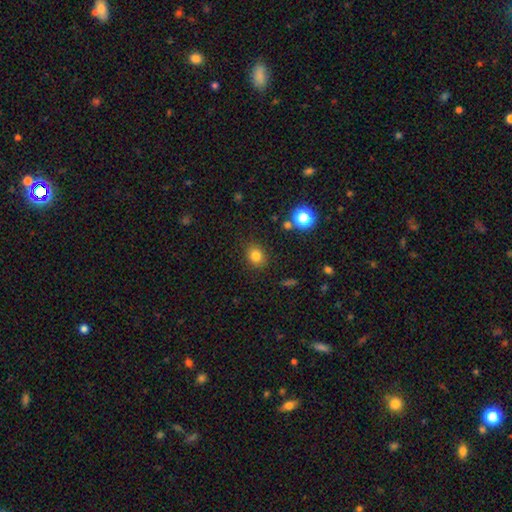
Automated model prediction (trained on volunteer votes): A smooth galaxy with no disk features (80%) that is round (64%).

Vote fractions:
- Smooth or featured? smooth: 80% / star or artifact: 13% / featured or disk: 6%
- How rounded? round: 64% / in between: 35% / cigar-shaped: 1%
- Merging? none: 87% / minor disturbance: 9% / major disturbance: 3% / merger: 2%